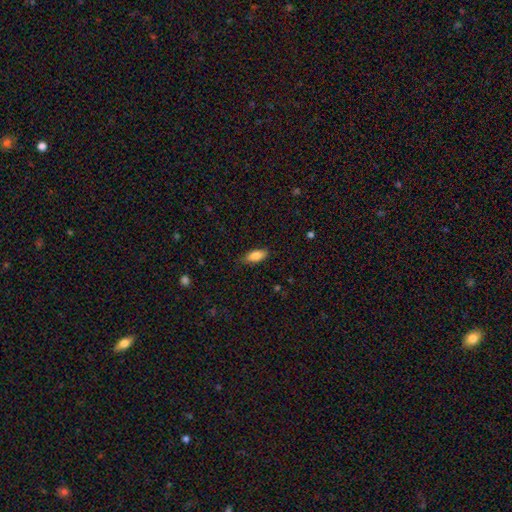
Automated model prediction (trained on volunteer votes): Smooth or featured: smooth — 84% (featured or disk — 9%)
How rounded: in between — 85% (cigar-shaped — 13%)
Merging: none — 79% (minor disturbance — 17%)